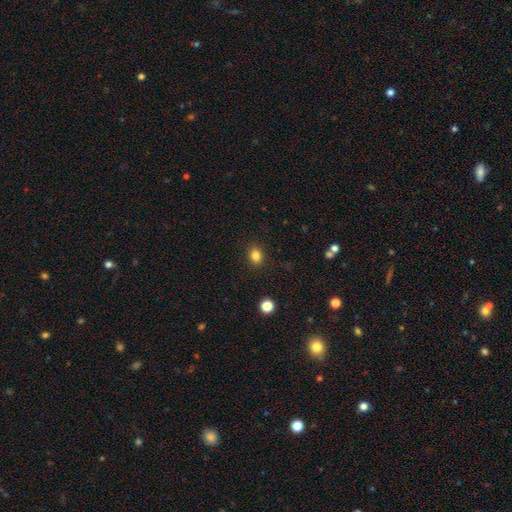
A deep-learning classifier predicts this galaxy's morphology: smooth_or_featured: smooth (p=0.83) [alt: star or artifact p=0.12]
how_rounded: in between (p=0.50) [alt: round p=0.49]
merging: none (p=0.89) [alt: minor disturbance p=0.08]